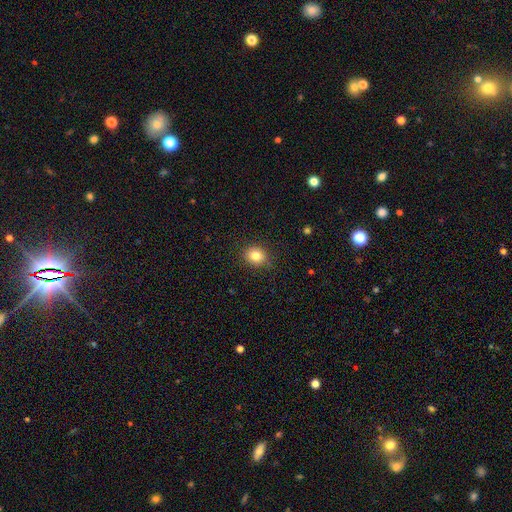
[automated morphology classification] smooth_or_featured: smooth (p=0.82) [alt: star or artifact p=0.11]
how_rounded: round (p=0.76) [alt: in between p=0.23]
merging: none (p=0.88) [alt: minor disturbance p=0.08]